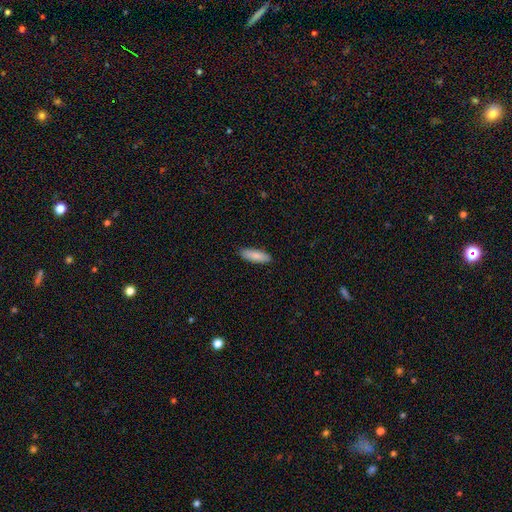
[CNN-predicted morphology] smooth-or-featured: smooth: 87% | featured or disk: 7% | star or artifact: 6%
  how-rounded: in between: 51% | cigar-shaped: 47% | round: 2%
  merging: none: 90% | minor disturbance: 8% | major disturbance: 2% | merger: 1%